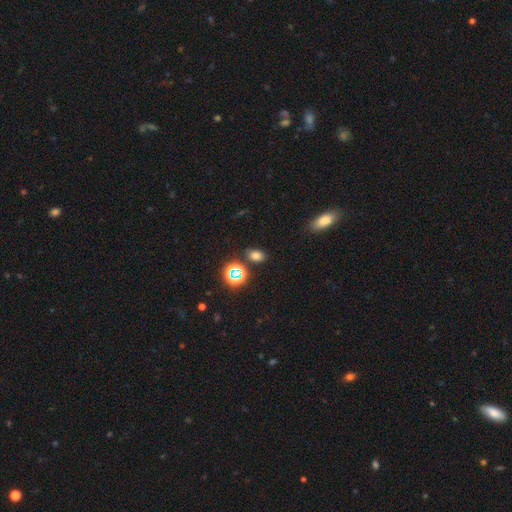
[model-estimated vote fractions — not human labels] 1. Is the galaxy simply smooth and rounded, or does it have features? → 71% smooth, 23% star or artifact, 7% featured or disk.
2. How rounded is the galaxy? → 76% in between, 22% round, 2% cigar-shaped.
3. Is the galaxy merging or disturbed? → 82% none, 11% minor disturbance, 5% merger, 3% major disturbance.